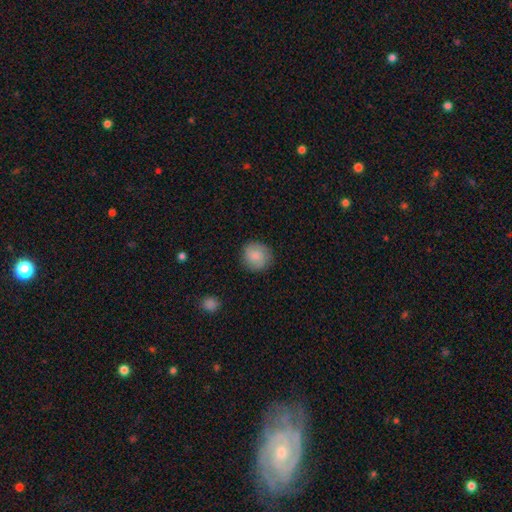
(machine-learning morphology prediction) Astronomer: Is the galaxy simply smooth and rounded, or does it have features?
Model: smooth — 79%.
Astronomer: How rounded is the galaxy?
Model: round — 84%.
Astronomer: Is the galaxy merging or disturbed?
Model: none — 84%.